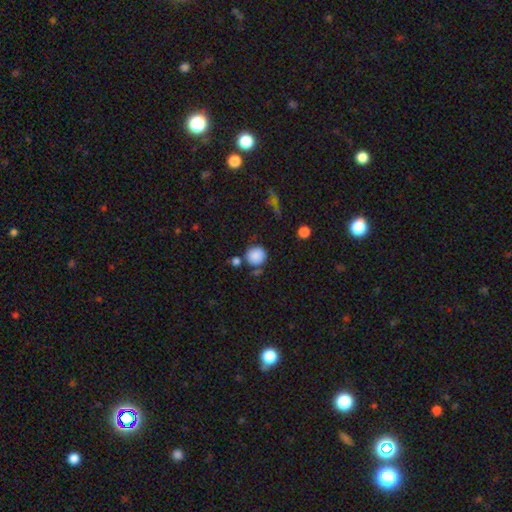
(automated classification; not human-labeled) smooth 86%, star or artifact 9%, featured or disk 5%. Down the decision tree: how rounded — round (91%); merging — none (72%).